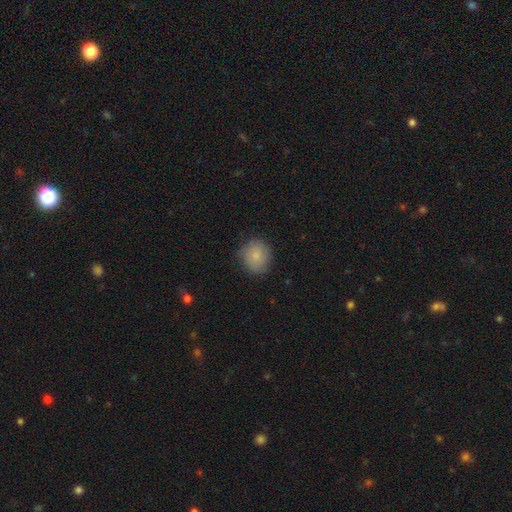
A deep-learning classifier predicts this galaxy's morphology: smooth-or-featured: smooth: 83% | featured or disk: 9% | star or artifact: 8%
  how-rounded: round: 84% | in between: 15% | cigar-shaped: 1%
  merging: none: 77% | minor disturbance: 18% | major disturbance: 4% | merger: 1%